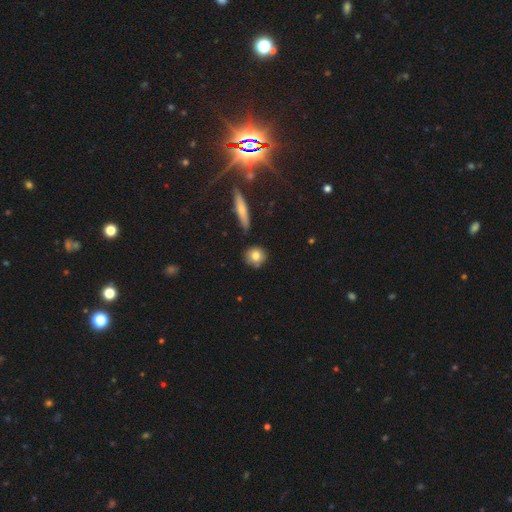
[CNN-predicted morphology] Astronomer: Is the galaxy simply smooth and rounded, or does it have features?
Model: smooth — 76%.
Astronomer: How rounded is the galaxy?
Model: round — 84%.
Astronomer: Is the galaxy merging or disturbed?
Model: none — 75%.